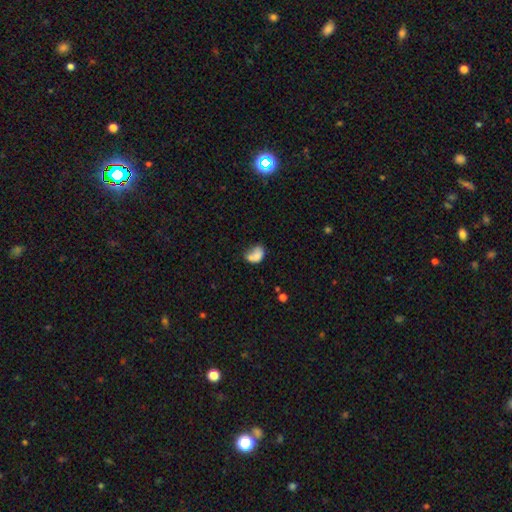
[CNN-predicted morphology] This is likely a smooth galaxy (72%). How rounded: likely in between (73%). Merging: marginally none (29%, tied with merger).